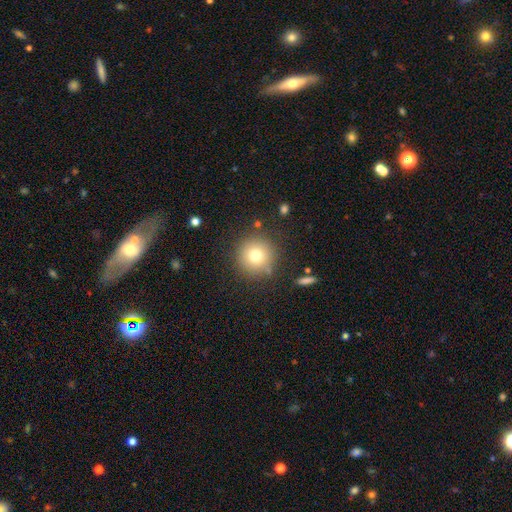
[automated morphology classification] smooth 75%, star or artifact 13%, featured or disk 12%. Down the decision tree: how rounded — round (95%); merging — none (86%).